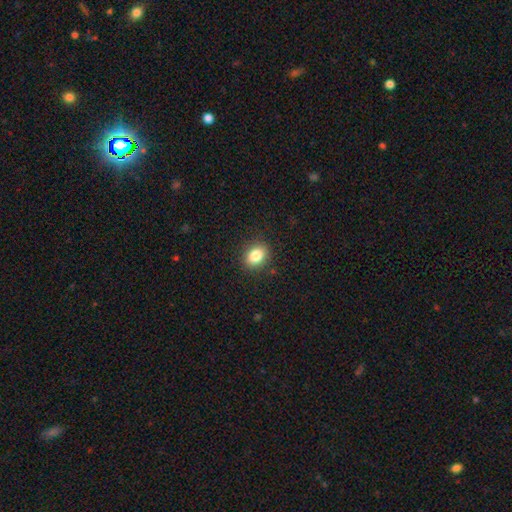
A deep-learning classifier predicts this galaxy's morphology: type=smooth (84%); roundness=in between (58%); merging=none (88%).